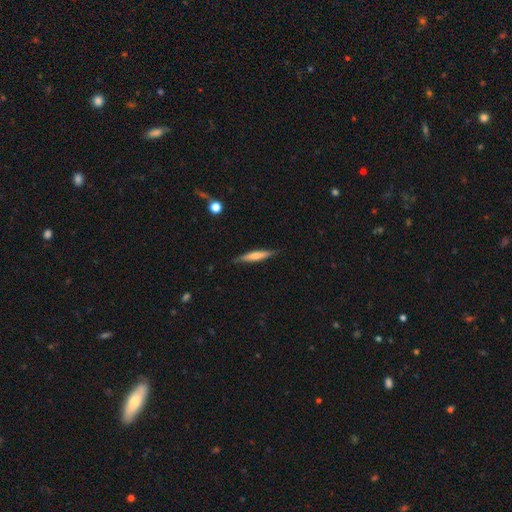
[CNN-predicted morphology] smooth_or_featured: smooth (p=0.57) [alt: featured or disk p=0.37]
how_rounded: cigar-shaped (p=0.91) [alt: in between p=0.08]
merging: none (p=0.86) [alt: minor disturbance p=0.11]